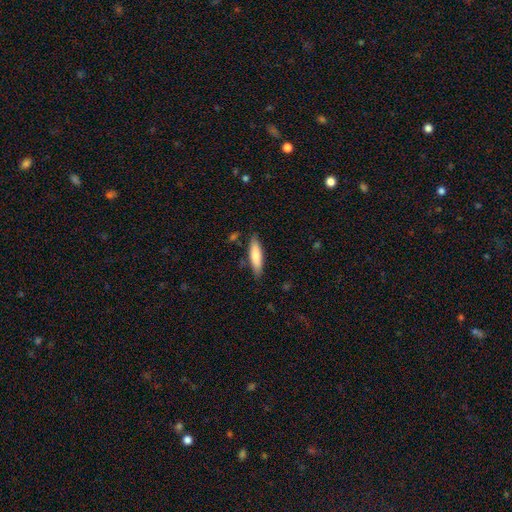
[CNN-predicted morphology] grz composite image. It shows a smooth galaxy with no disk features (79%) that is cigar-shaped (68%). Merging: none (83%).